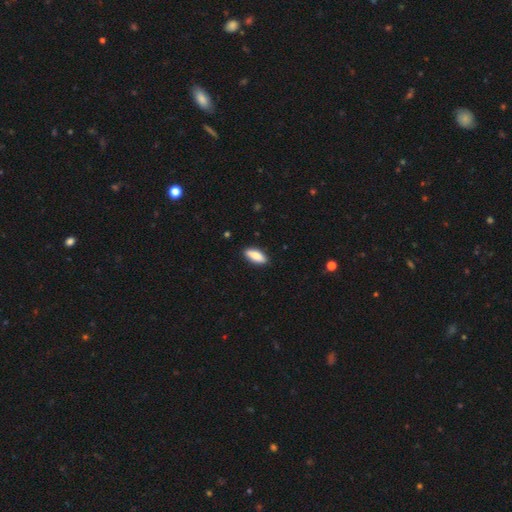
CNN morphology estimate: Smooth or featured?
  - smooth: 85% *
  - featured or disk: 9%
  - star or artifact: 6%
How rounded?
  - in between: 73% *
  - cigar-shaped: 25%
  - round: 2%
Merging?
  - none: 88% *
  - minor disturbance: 9%
  - major disturbance: 2%
  - merger: 1%